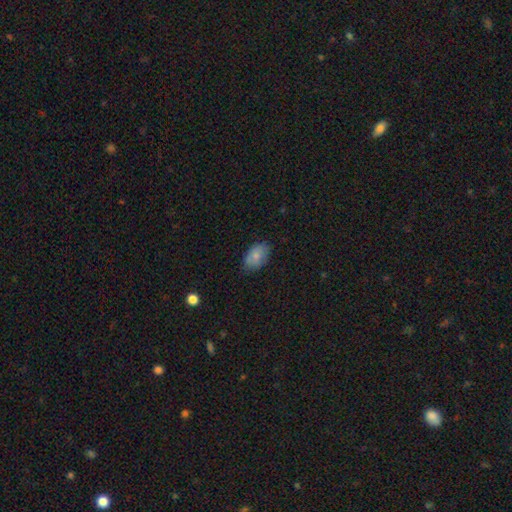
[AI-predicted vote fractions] smooth_or_featured: smooth (p=0.79) [alt: featured or disk p=0.14]
how_rounded: in between (p=0.90) [alt: round p=0.08]
merging: none (p=0.76) [alt: minor disturbance p=0.19]